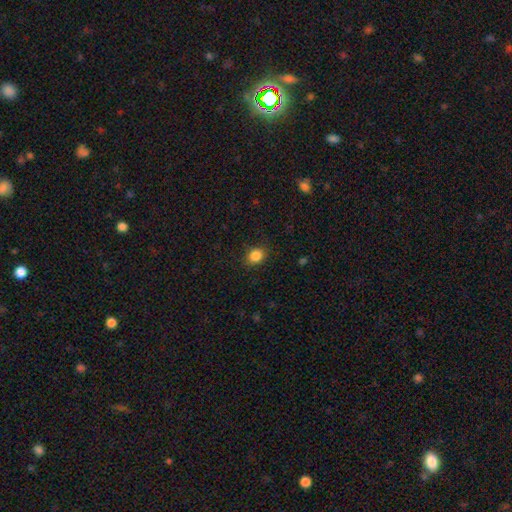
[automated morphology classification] The model was most divided on "how rounded": round: 63%, in between: 36%, cigar-shaped: 1%. More confident: smooth or featured — smooth (86%); merging — none (86%).